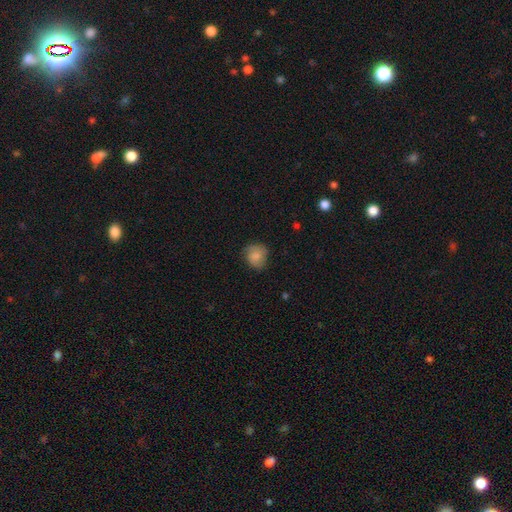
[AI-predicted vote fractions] The model was most divided on "merging": none: 72%, minor disturbance: 22%, major disturbance: 5%, merger: 1%. More confident: smooth or featured — smooth (80%); how rounded — round (79%).